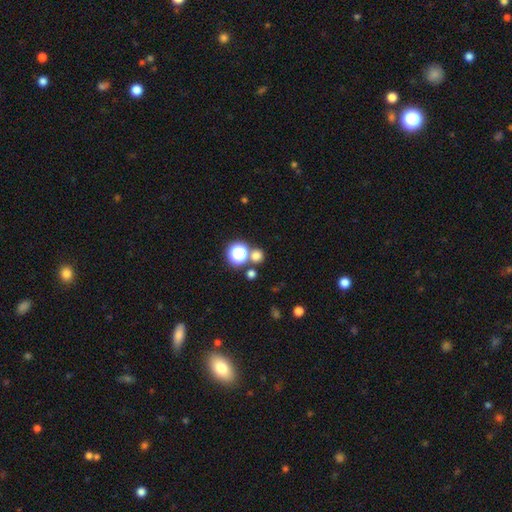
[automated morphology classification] Overall: smooth (69%). How rounded: round (89%). Merging: none (72%).